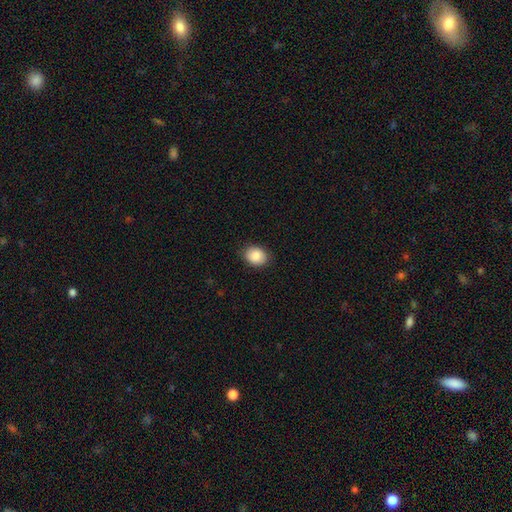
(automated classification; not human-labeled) A smooth galaxy with no disk features (85%) that is in between round and cigar-shaped (55%).

Vote fractions:
- Smooth or featured? smooth: 85% / star or artifact: 8% / featured or disk: 7%
- How rounded? in between: 55% / round: 44% / cigar-shaped: 1%
- Merging? none: 87% / minor disturbance: 10% / major disturbance: 2% / merger: 1%